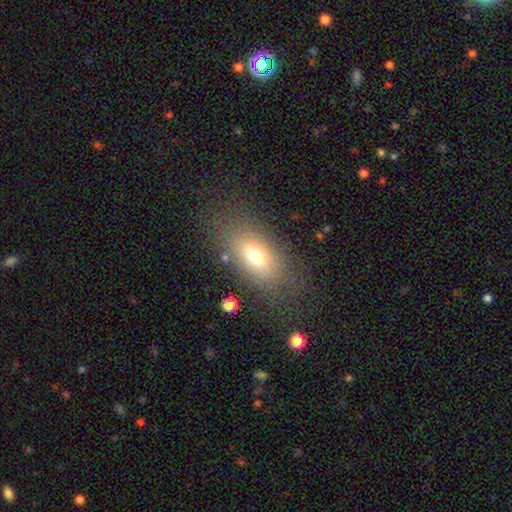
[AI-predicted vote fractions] Q: Smooth or featured?
A: smooth (65%); runner-up: featured or disk (22%)
Q: How rounded?
A: in between (80%); runner-up: round (10%)
Q: Merging?
A: none (75%); runner-up: minor disturbance (14%)